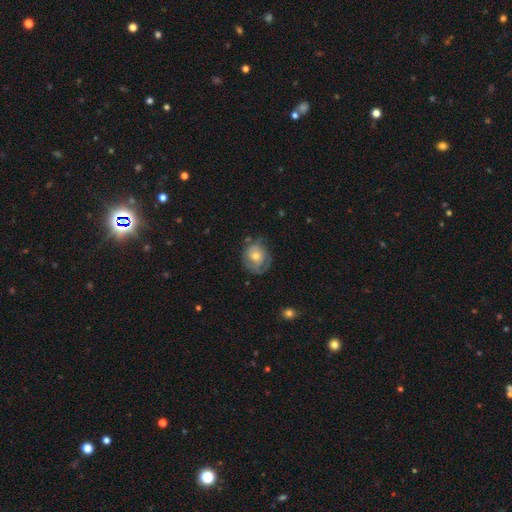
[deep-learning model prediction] Smooth or featured? Predicted: featured or disk (p=0.60). Edge-on disk? Predicted: no (p=0.97). Bar? Predicted: no (p=0.79). Spiral arms? Predicted: yes (p=0.75). Bulge size? Predicted: moderate (p=0.60). Merging? Predicted: none (p=0.60).